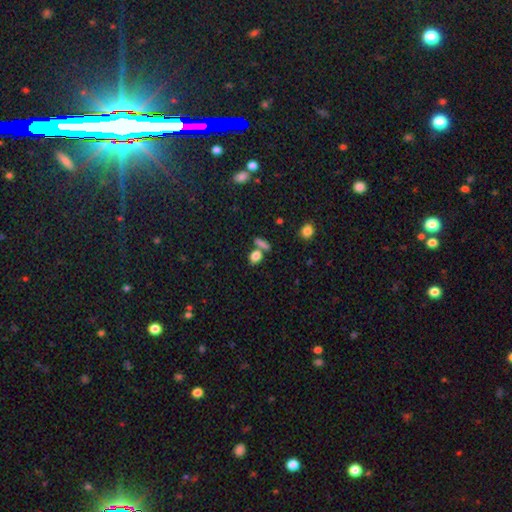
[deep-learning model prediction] smooth-or-featured: smooth: 82% | star or artifact: 11% | featured or disk: 8%
  how-rounded: in between: 52% | round: 41% | cigar-shaped: 7%
  merging: none: 59% | merger: 28% | minor disturbance: 9% | major disturbance: 4%